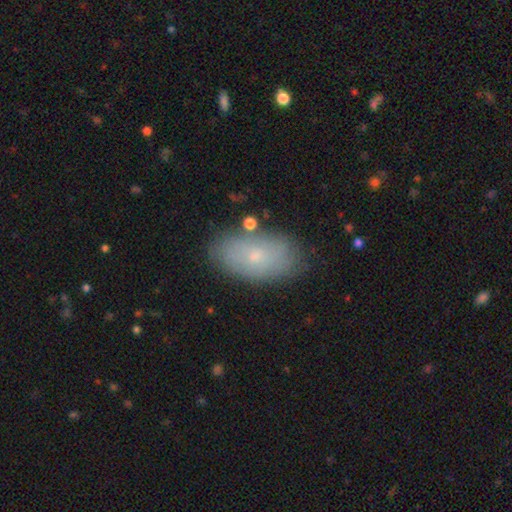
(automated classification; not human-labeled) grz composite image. It shows a smooth galaxy with no disk features (67%) that is in between round and cigar-shaped (93%). Merging: none (80%).